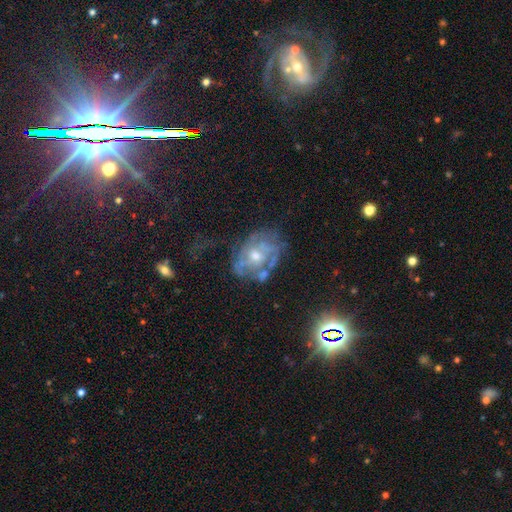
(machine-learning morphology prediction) Overall: featured or disk (72%). Edge-on disk: no (96%). Bar: no (73%). Spiral arms: yes (71%). Bulge size: moderate (58%; small 35%). Merging: none (53%; minor disturbance 22%).